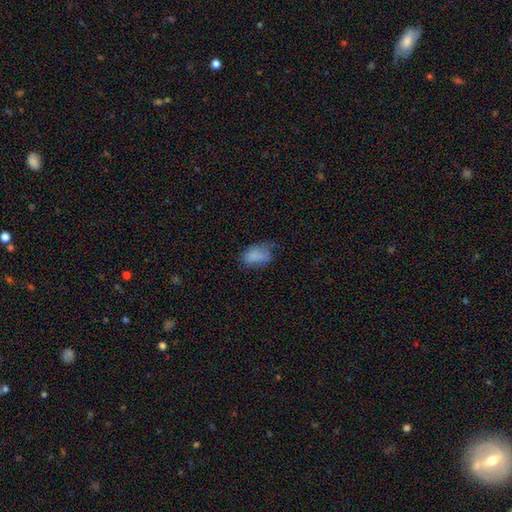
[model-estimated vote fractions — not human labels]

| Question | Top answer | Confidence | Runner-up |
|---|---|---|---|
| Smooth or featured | smooth | 80% | star or artifact (10%) |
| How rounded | in between | 89% | round (9%) |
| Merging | none | 49% | minor disturbance (34%) |